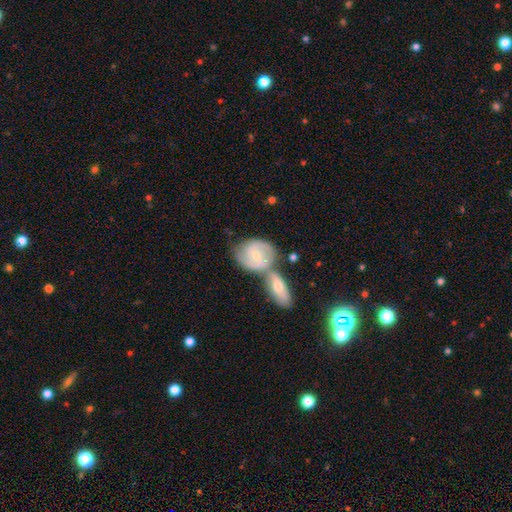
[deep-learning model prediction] smooth-or-featured: featured or disk: 58% | smooth: 36% | star or artifact: 6%
  disk-edge-on: no: 95% | yes: 5%
    bar: no: 51% | weak: 41% | strong: 9%
    has-spiral-arms: yes: 85% | no: 15%
    bulge-size: small: 61% | moderate: 33% | none: 3% | large: 2% | dominant: 1%
  merging: merger: 47% | none: 35% | minor disturbance: 13% | major disturbance: 5%